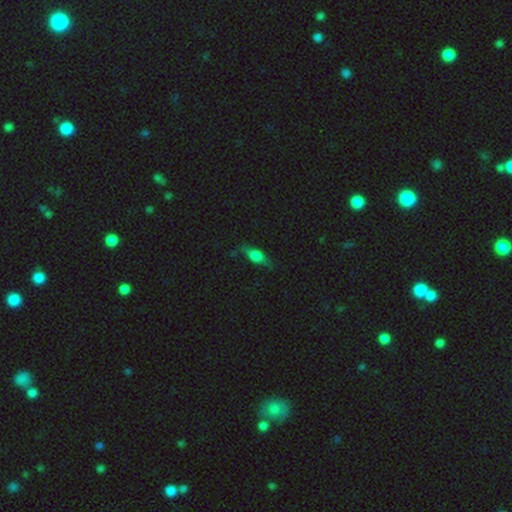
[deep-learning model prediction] This is possibly a smooth galaxy (56%). How rounded: likely in between (71%). Merging: likely none (69%).